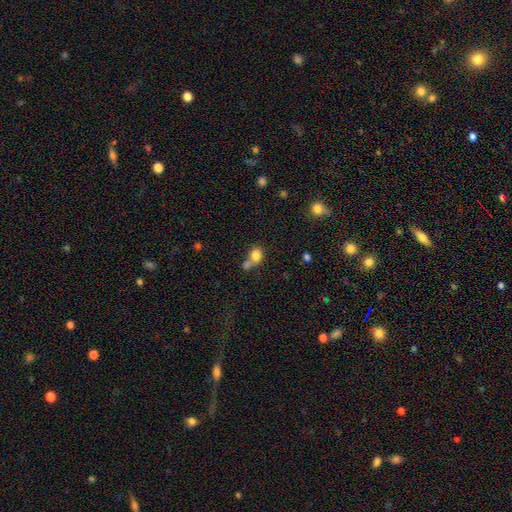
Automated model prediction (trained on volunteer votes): Q: Smooth or featured?
A: smooth (80%); runner-up: star or artifact (10%)
Q: How rounded?
A: round (56%); runner-up: in between (42%)
Q: Merging?
A: merger (51%); runner-up: none (34%)